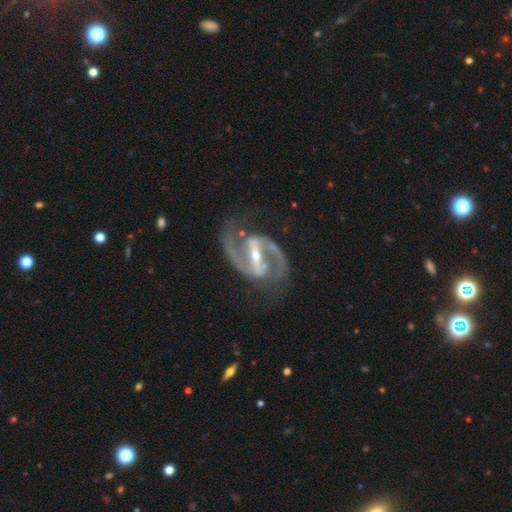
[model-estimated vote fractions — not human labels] Q: Smooth or featured?
A: featured or disk (94%); runner-up: star or artifact (4%)
Q: Edge-on disk?
A: no (97%); runner-up: yes (3%)
Q: Bar?
A: strong (78%); runner-up: weak (17%)
Q: Spiral arms?
A: yes (98%); runner-up: no (2%)
Q: Spiral winding?
A: medium (66%); runner-up: loose (18%)
Q: Spiral arm count?
A: 2 (94%); runner-up: can't tell (1%)
Q: Bulge size?
A: small (64%); runner-up: moderate (32%)
Q: Merging?
A: none (79%); runner-up: minor disturbance (13%)